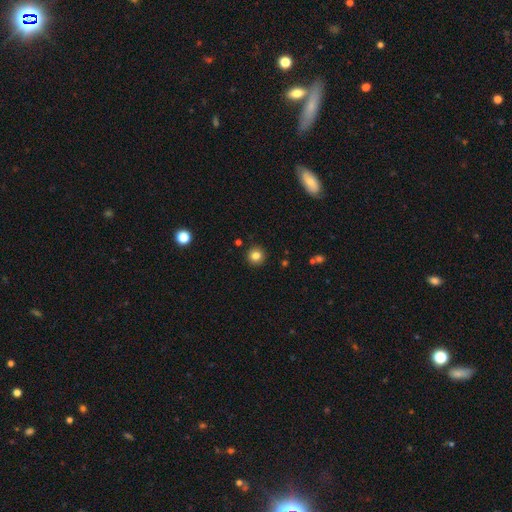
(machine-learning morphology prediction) Smooth or featured? smooth (83%)
How rounded? round (95%)
Merging? none (92%)